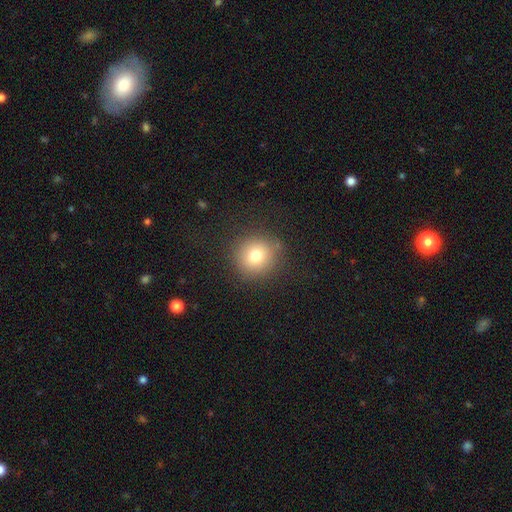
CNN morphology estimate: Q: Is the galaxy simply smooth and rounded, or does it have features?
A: smooth — 76%.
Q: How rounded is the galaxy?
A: round — 91%.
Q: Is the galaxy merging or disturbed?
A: none — 87%.